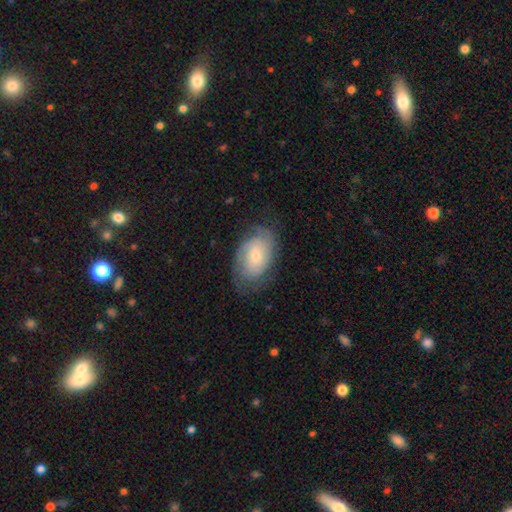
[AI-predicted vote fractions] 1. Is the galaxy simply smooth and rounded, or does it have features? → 55% featured or disk, 39% smooth, 7% star or artifact.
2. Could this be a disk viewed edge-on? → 95% no, 5% yes.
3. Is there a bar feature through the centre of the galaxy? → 72% no, 24% weak, 4% strong.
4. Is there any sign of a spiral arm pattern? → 82% yes, 18% no.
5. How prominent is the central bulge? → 53% small, 41% moderate, 3% large, 2% none, 1% dominant.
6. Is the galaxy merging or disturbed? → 68% none, 22% minor disturbance, 9% major disturbance, 1% merger.